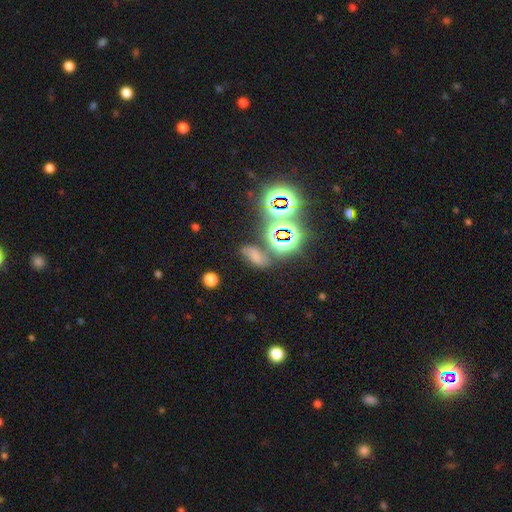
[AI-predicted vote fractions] smooth 53%, star or artifact 34%, featured or disk 13%. Down the decision tree: how rounded — in between (78%); merging — none (61%).